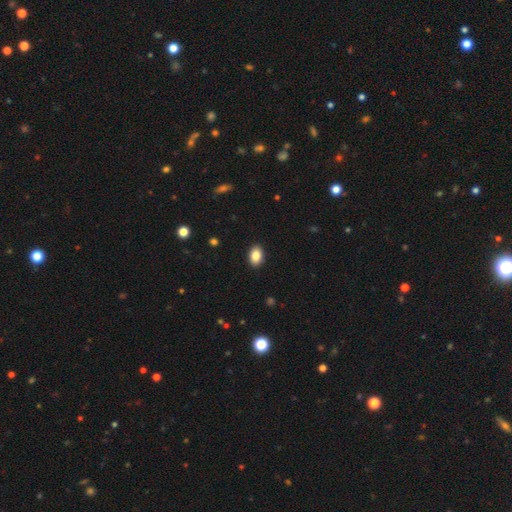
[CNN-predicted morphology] Smooth or featured? Predicted: smooth (p=0.87). How rounded? Predicted: in between (p=0.87). Merging? Predicted: none (p=0.90).